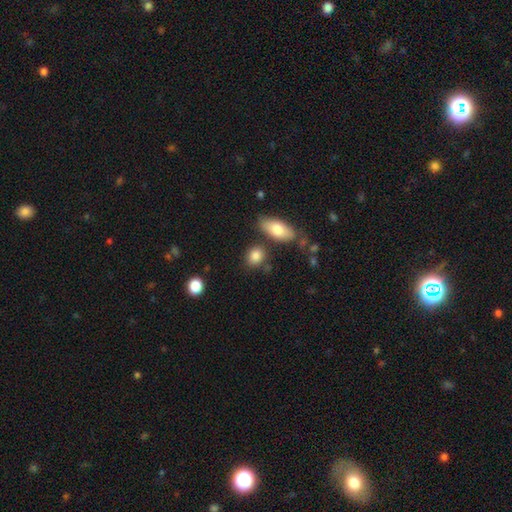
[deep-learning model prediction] smooth_or_featured: smooth (p=0.85) [alt: star or artifact p=0.08]
how_rounded: round (p=0.55) [alt: in between p=0.42]
merging: none (p=0.77) [alt: minor disturbance p=0.11]